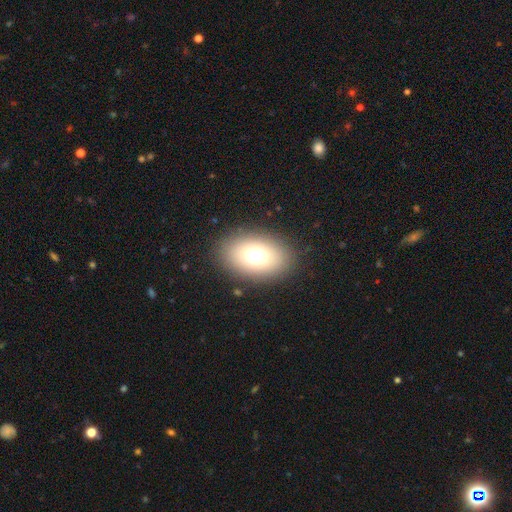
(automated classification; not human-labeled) smooth-or-featured: smooth: 71% | featured or disk: 15% | star or artifact: 13%
  how-rounded: in between: 78% | round: 21% | cigar-shaped: 1%
  merging: none: 86% | minor disturbance: 8% | major disturbance: 4% | merger: 1%